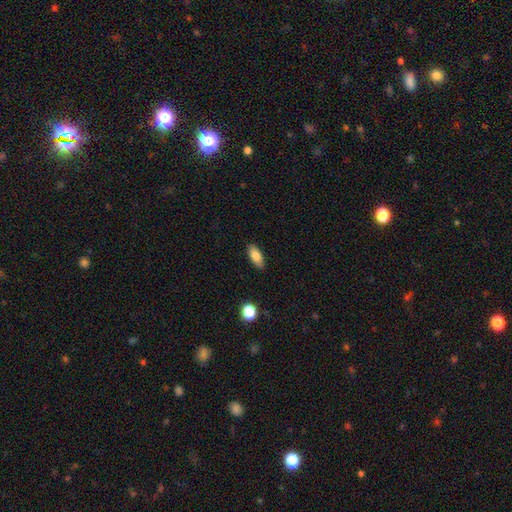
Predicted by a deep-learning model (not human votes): Overall: smooth (82%). How rounded: in between (83%). Merging: none (88%).